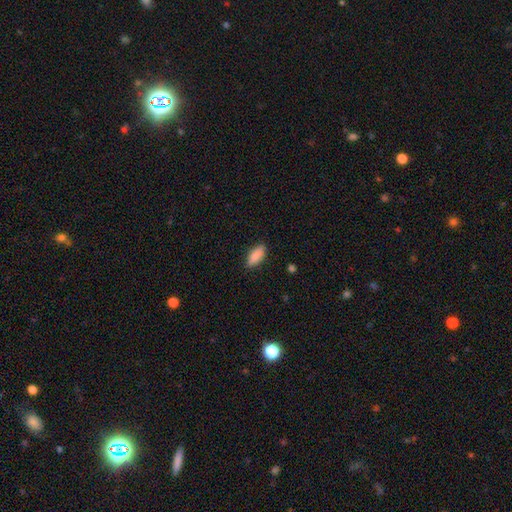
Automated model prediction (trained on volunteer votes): The model was most divided on "how rounded": in between: 78%, cigar-shaped: 19%, round: 2%. More confident: smooth or featured — smooth (87%); merging — none (84%).